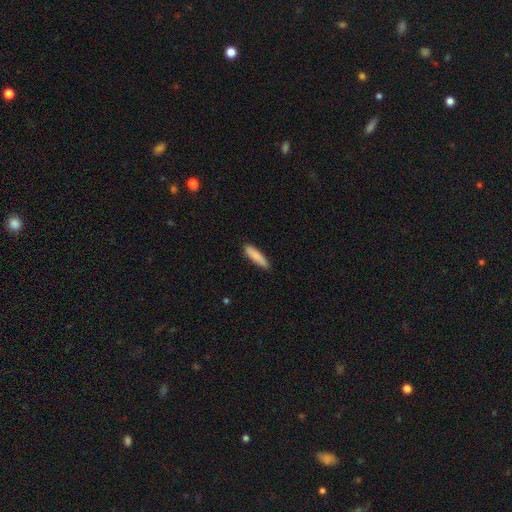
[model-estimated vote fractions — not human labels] Morphology: type=smooth (82%); roundness=cigar-shaped (79%); merging=none (86%).